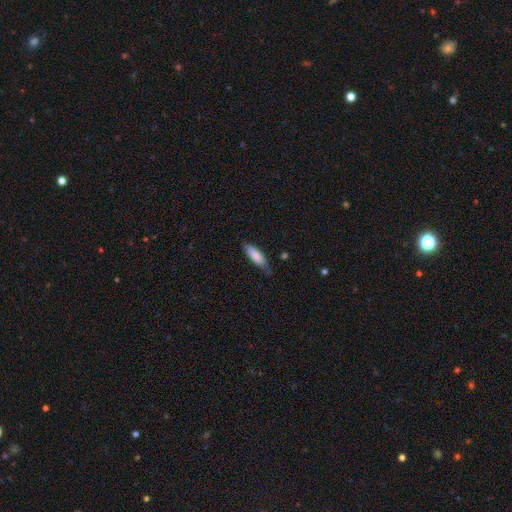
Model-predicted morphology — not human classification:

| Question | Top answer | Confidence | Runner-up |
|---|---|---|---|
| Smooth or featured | smooth | 82% | featured or disk (12%) |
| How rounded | in between | 51% | cigar-shaped (48%) |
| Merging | none | 65% | minor disturbance (28%) |